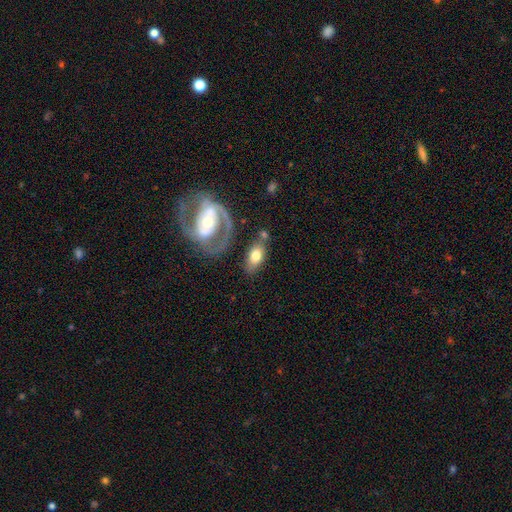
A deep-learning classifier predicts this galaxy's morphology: The model was most divided on "smooth or featured": smooth: 62%, featured or disk: 32%, star or artifact: 6%. More confident: how rounded — in between (89%); merging — none (63%).